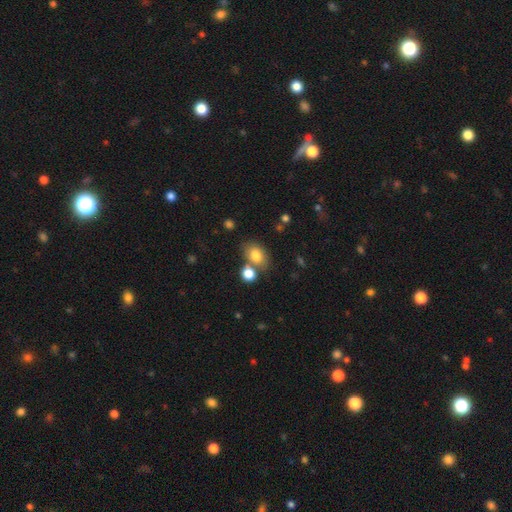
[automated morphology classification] Overall: smooth (81%). How rounded: in between (74%). Merging: none (59%; merger 23%).